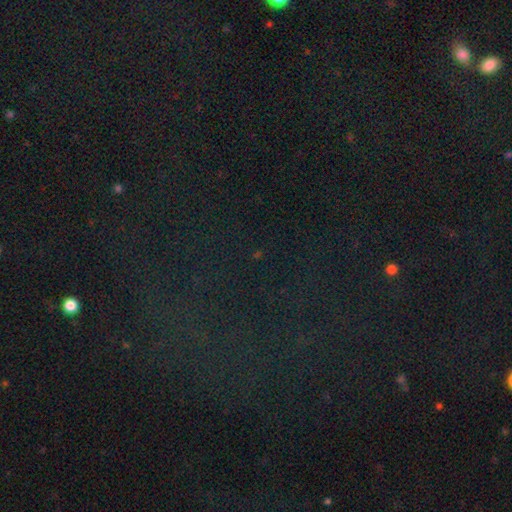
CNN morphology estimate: Smooth or featured: star or artifact — 78% (smooth — 14%)